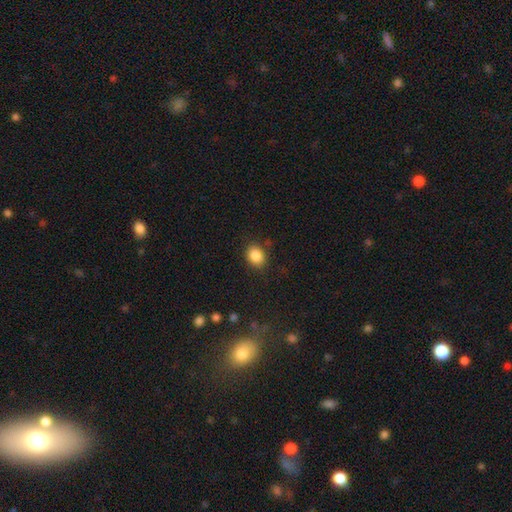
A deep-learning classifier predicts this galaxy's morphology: Smooth or featured: smooth — 86% (star or artifact — 9%)
How rounded: round — 52% (in between — 48%)
Merging: none — 83% (minor disturbance — 11%)